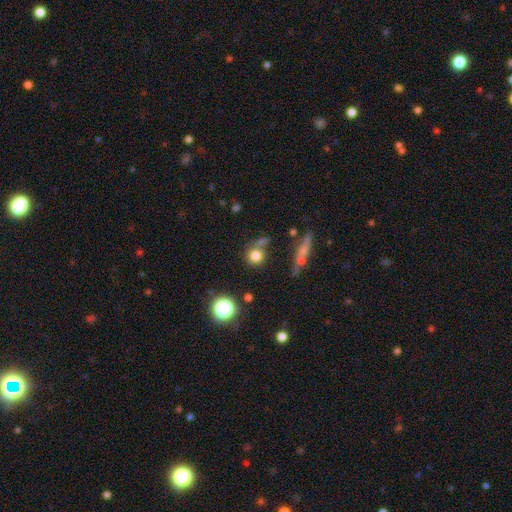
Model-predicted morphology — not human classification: Q: Smooth or featured?
A: smooth (77%); runner-up: star or artifact (14%)
Q: How rounded?
A: round (88%); runner-up: in between (10%)
Q: Merging?
A: none (64%); runner-up: merger (16%)